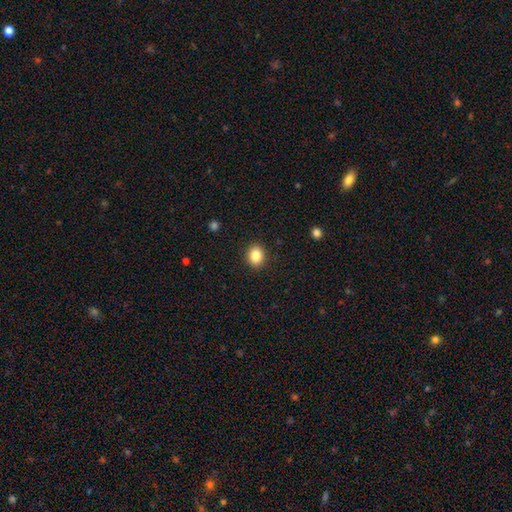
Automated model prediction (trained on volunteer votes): Morphology: type=smooth (85%); roundness=round (58%); merging=none (91%).